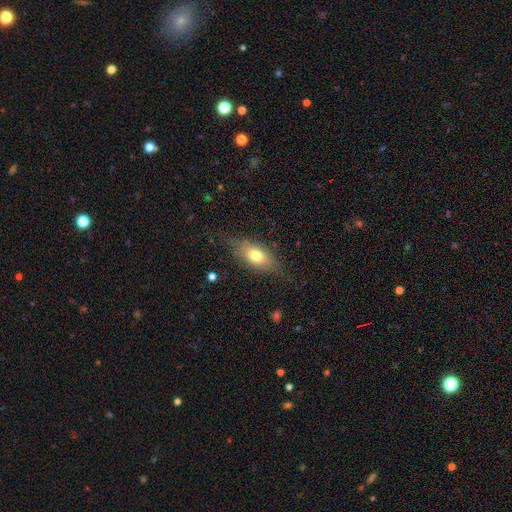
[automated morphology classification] smooth 69%, featured or disk 23%, star or artifact 8%. Down the decision tree: how rounded — in between (80%); merging — none (69%).